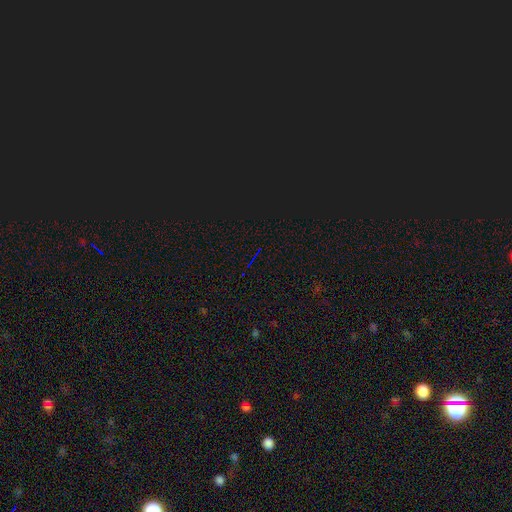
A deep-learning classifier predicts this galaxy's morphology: Q: Smooth or featured?
A: star or artifact (78%); runner-up: smooth (13%)